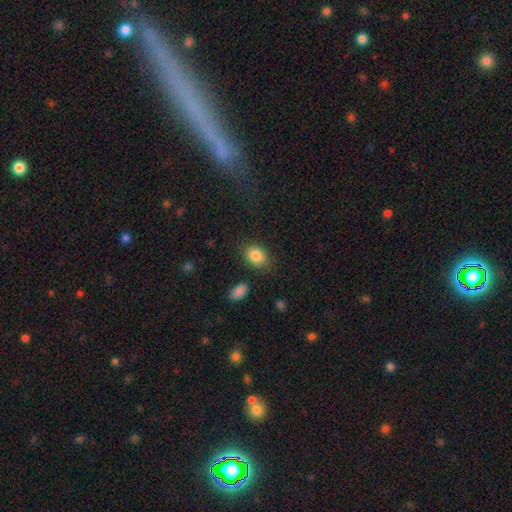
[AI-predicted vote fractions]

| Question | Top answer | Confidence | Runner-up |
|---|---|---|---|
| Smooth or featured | smooth | 86% | star or artifact (8%) |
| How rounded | in between | 70% | round (29%) |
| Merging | none | 83% | minor disturbance (11%) |